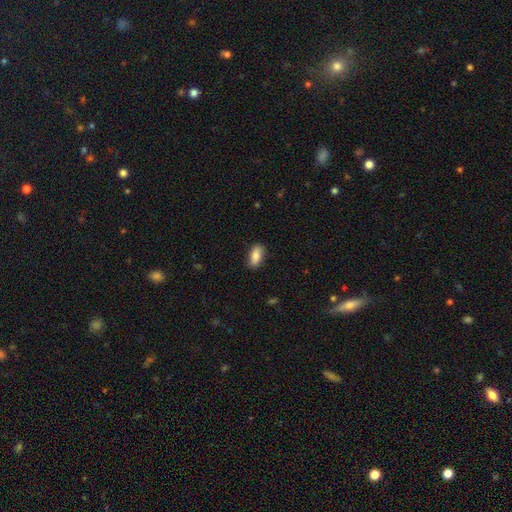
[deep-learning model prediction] The model was most divided on "smooth or featured": smooth: 83%, featured or disk: 11%, star or artifact: 6%. More confident: merging — none (86%); how rounded — in between (85%).